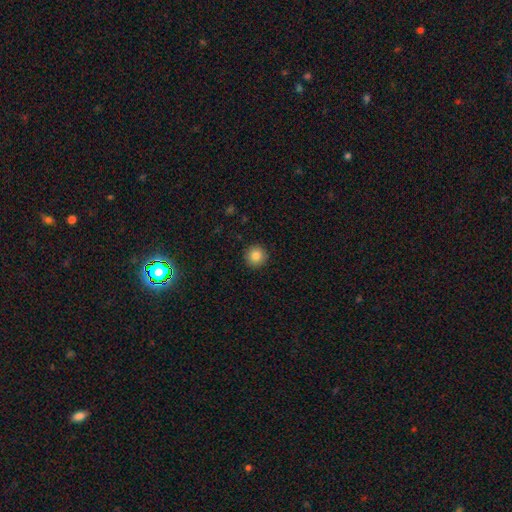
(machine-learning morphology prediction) smooth 85%, star or artifact 10%, featured or disk 5%. Down the decision tree: how rounded — round (95%); merging — none (92%).